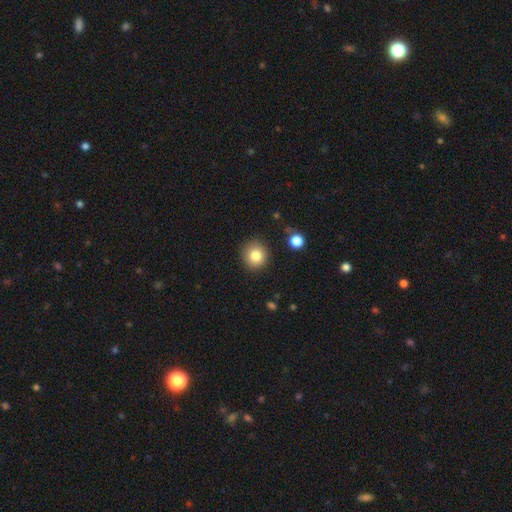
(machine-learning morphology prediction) Smooth or featured? smooth (82%)
How rounded? round (89%)
Merging? none (87%)